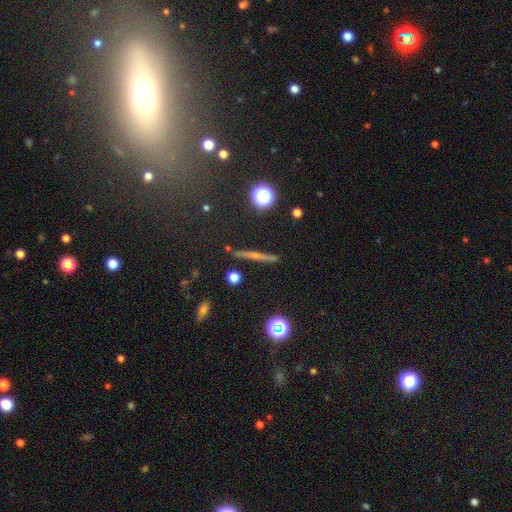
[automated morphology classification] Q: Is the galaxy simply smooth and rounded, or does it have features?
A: featured or disk — 51%.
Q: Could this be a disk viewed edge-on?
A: yes — 96%.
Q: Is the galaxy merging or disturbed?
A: none — 89%.